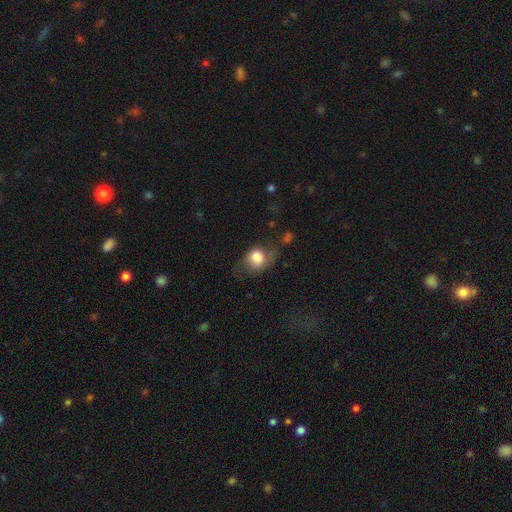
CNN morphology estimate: This appears to be a smooth galaxy with no disk features (75%) that is in between round and cigar-shaped (52%). Merging: none (38%).